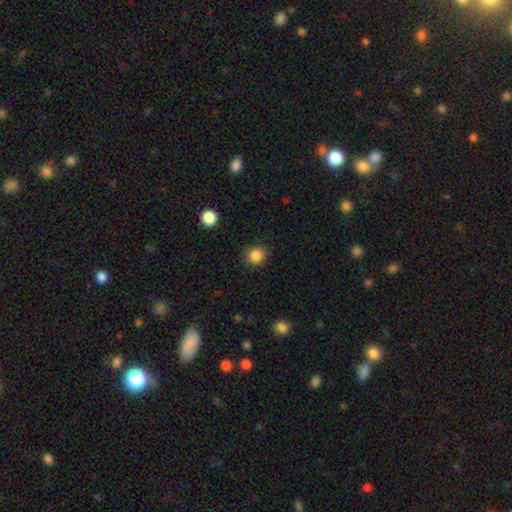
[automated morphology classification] This is clearly a smooth galaxy (86%). How rounded: clearly round (85%). Merging: clearly none (88%).